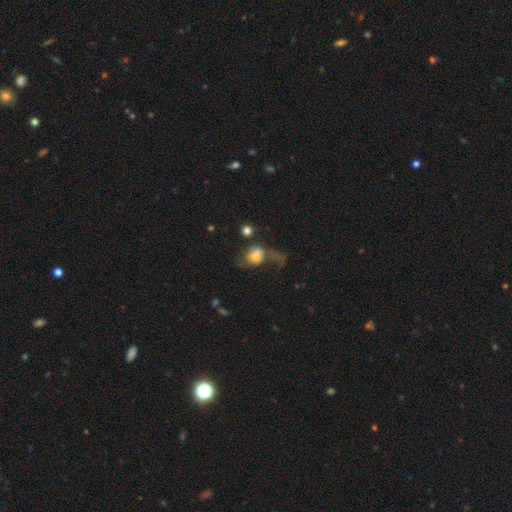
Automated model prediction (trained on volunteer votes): This is likely a smooth galaxy (61%). How rounded: possibly round (52%). Merging: marginally major disturbance (42%).